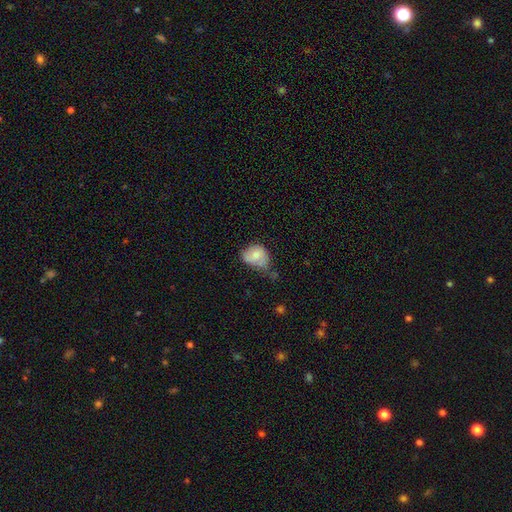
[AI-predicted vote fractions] Overall: smooth (72%). How rounded: in between (57%; round 42%). Merging: minor disturbance (43%; none 32%).